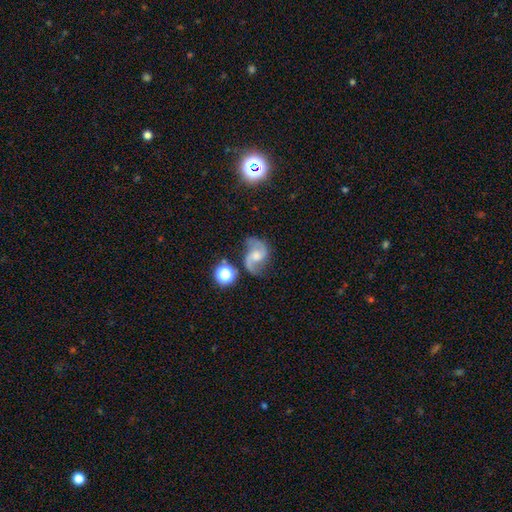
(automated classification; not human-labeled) smooth_or_featured: featured or disk (p=0.83) [alt: smooth p=0.09]
disk_edge_on: no (p=0.98) [alt: yes p=0.02]
bar: no (p=0.55) [alt: weak p=0.38]
has_spiral_arms: yes (p=0.96) [alt: no p=0.04]
spiral_winding: loose (p=0.51) [alt: medium p=0.41]
spiral_arm_count: 2 (p=0.91) [alt: 1 p=0.03]
bulge_size: moderate (p=0.49) [alt: small p=0.30]
merging: none (p=0.64) [alt: minor disturbance p=0.20]